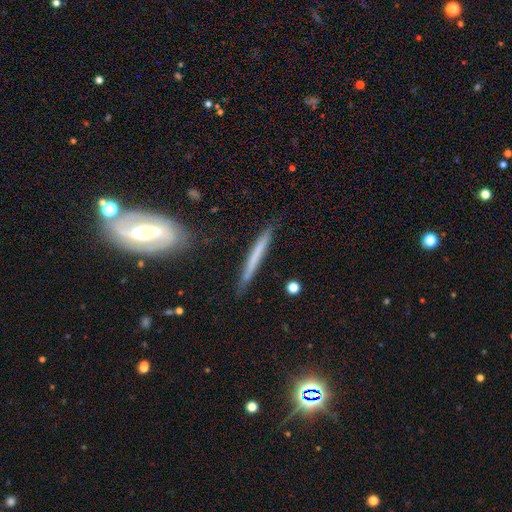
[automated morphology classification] Smooth or featured? smooth (51%)
How rounded? cigar-shaped (95%)
Merging? none (81%)